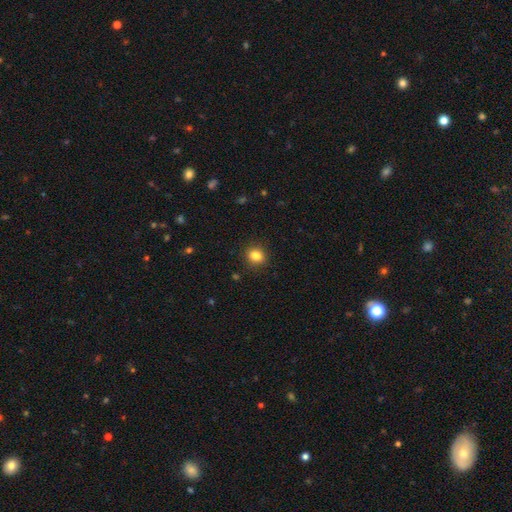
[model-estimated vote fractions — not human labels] A smooth galaxy with no disk features (84%) that is round (69%).

Vote fractions:
- Smooth or featured? smooth: 84% / star or artifact: 11% / featured or disk: 5%
- How rounded? round: 69% / in between: 30% / cigar-shaped: 1%
- Merging? none: 90% / minor disturbance: 7% / major disturbance: 2% / merger: 1%